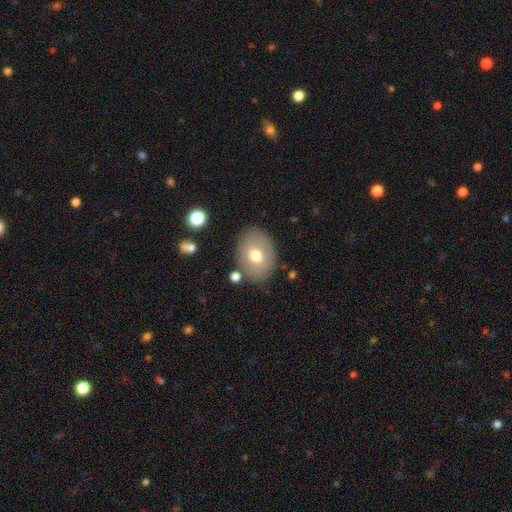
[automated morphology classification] smooth 66%, featured or disk 26%, star or artifact 8%. Down the decision tree: how rounded — in between (71%); merging — none (81%).